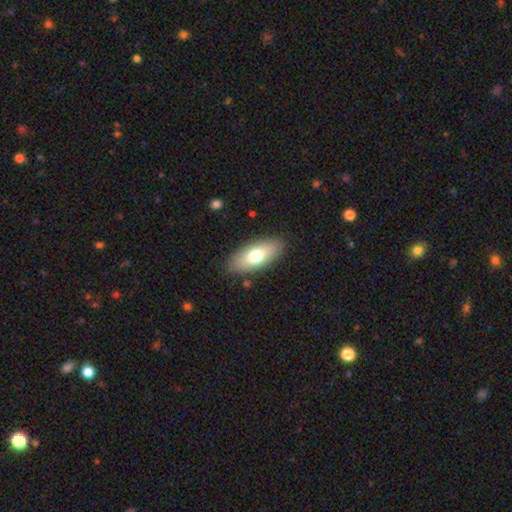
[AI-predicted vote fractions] Smooth or featured? smooth (71%)
How rounded? in between (82%)
Merging? none (87%)